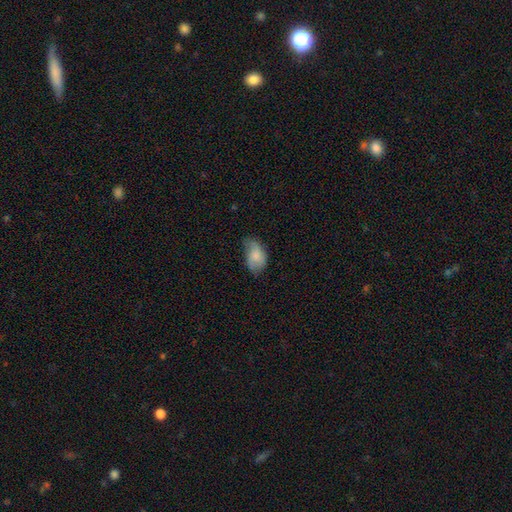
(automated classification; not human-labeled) Smooth or featured?
  - smooth: 74% *
  - featured or disk: 19%
  - star or artifact: 7%
How rounded?
  - in between: 90% *
  - round: 9%
  - cigar-shaped: 2%
Merging?
  - none: 44% *
  - minor disturbance: 39%
  - major disturbance: 15%
  - merger: 2%